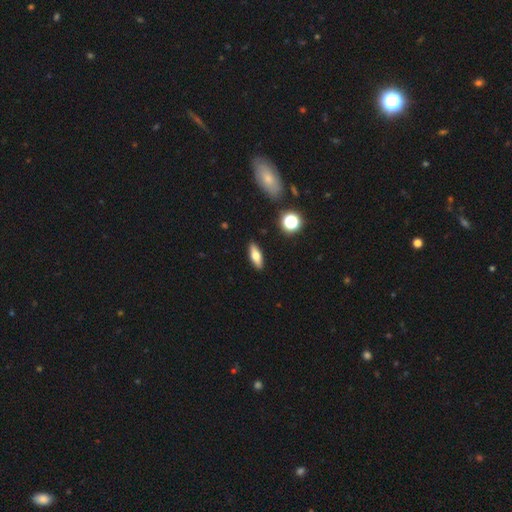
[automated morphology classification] Smooth or featured?
  - smooth: 64% *
  - featured or disk: 27%
  - star or artifact: 9%
How rounded?
  - in between: 59% *
  - cigar-shaped: 36%
  - round: 4%
Merging?
  - none: 90% *
  - minor disturbance: 7%
  - major disturbance: 2%
  - merger: 1%